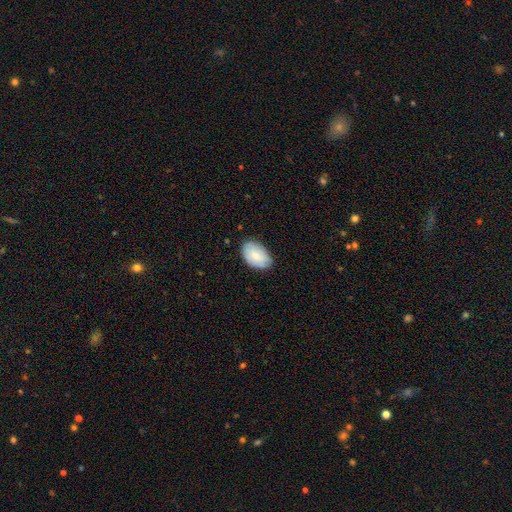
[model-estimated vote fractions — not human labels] Smooth or featured: smooth — 76% (featured or disk — 17%)
How rounded: in between — 91% (round — 8%)
Merging: none — 77% (minor disturbance — 19%)